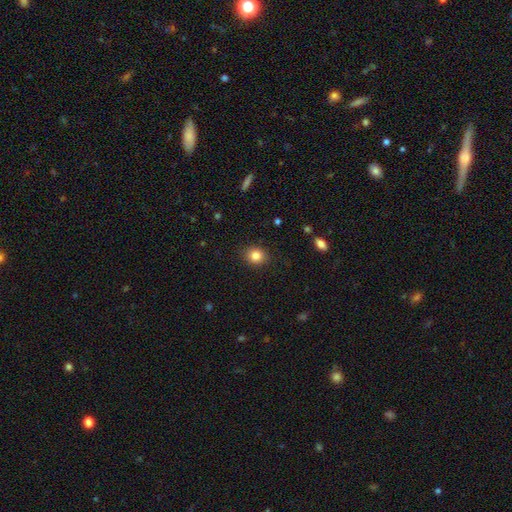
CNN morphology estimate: Q: Smooth or featured?
A: smooth (84%); runner-up: star or artifact (10%)
Q: How rounded?
A: round (71%); runner-up: in between (28%)
Q: Merging?
A: none (89%); runner-up: minor disturbance (8%)